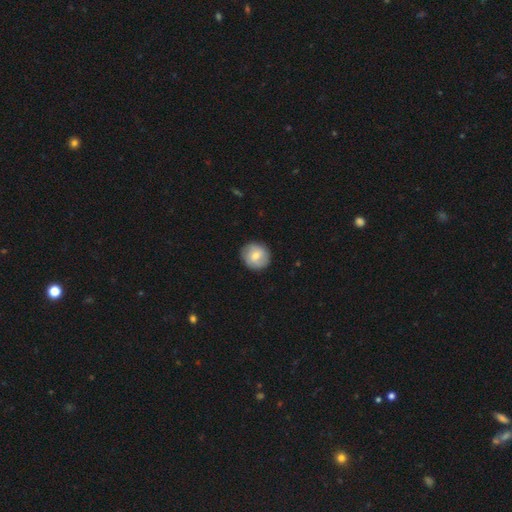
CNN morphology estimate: A smooth galaxy with no disk features (67%) that is round (91%). Merging: none (88%).